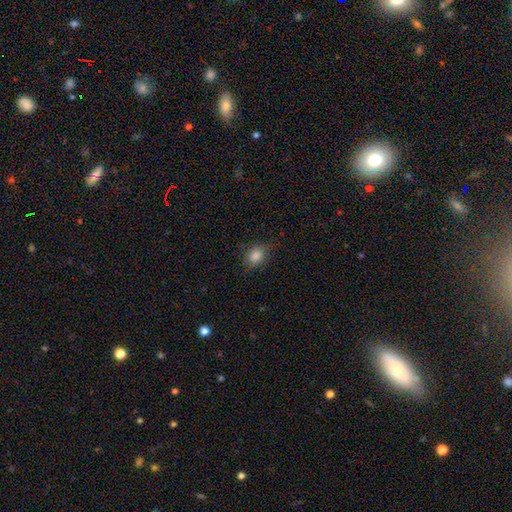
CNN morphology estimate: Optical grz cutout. It shows a smooth galaxy with no disk features (84%) that is in between round and cigar-shaped (54%). Merging: none (80%).